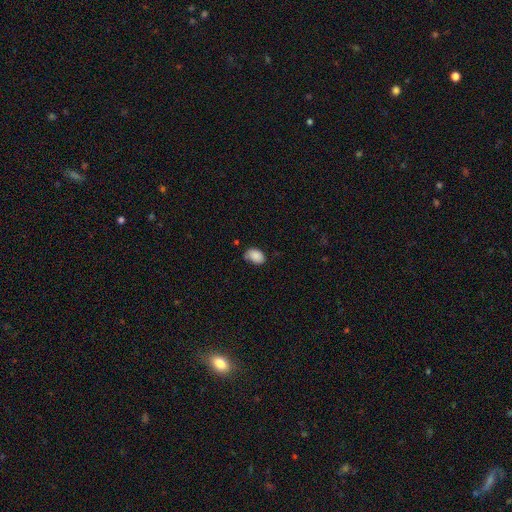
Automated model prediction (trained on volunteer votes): Morphology: type=smooth (87%); roundness=in between (86%); merging=none (63%).